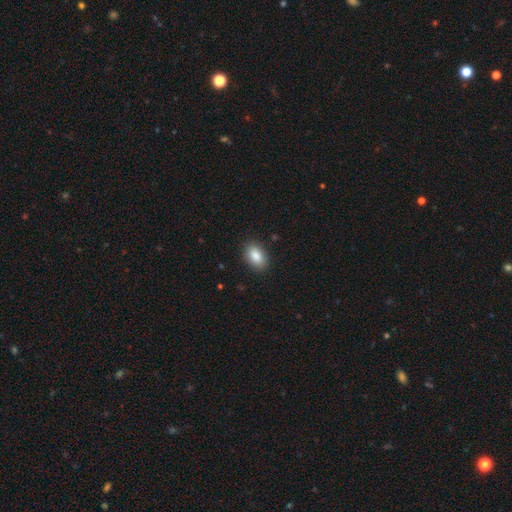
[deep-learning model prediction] smooth 87%, star or artifact 7%, featured or disk 5%. Down the decision tree: how rounded — in between (91%); merging — none (88%).